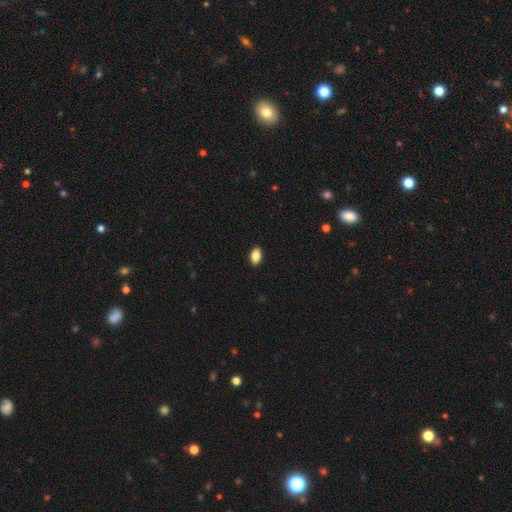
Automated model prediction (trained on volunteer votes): This is clearly a smooth galaxy (85%). How rounded: clearly in between (91%). Merging: clearly none (90%).